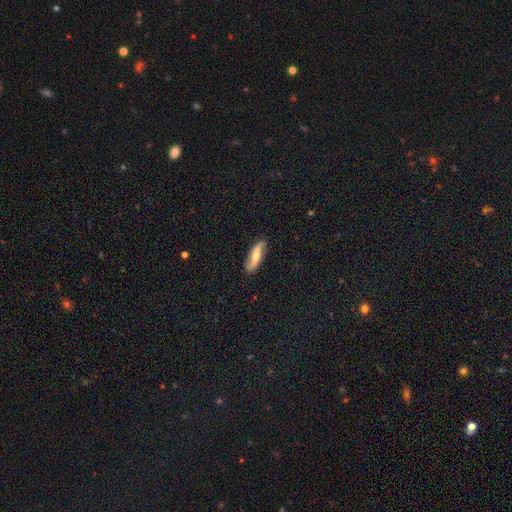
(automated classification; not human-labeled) Smooth or featured?
  - featured or disk: 60% *
  - smooth: 34%
  - star or artifact: 6%
Edge-on disk?
  - no: 72% *
  - yes: 28%
Merging?
  - none: 87% *
  - minor disturbance: 10%
  - major disturbance: 2%
  - merger: 1%